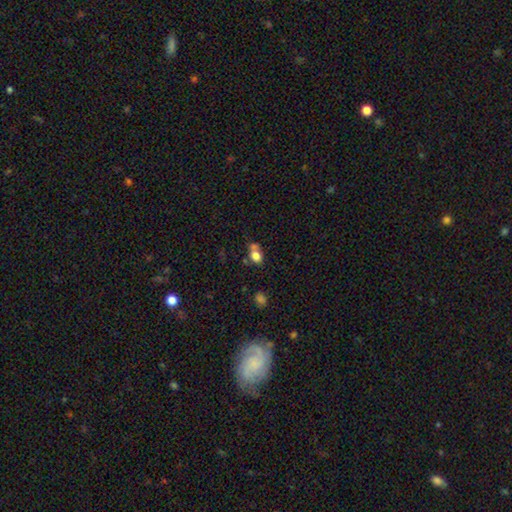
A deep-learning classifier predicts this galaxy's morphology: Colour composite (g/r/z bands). It shows a smooth galaxy with no disk features (76%) that is in between round and cigar-shaped (54%). Merging: none (42%).